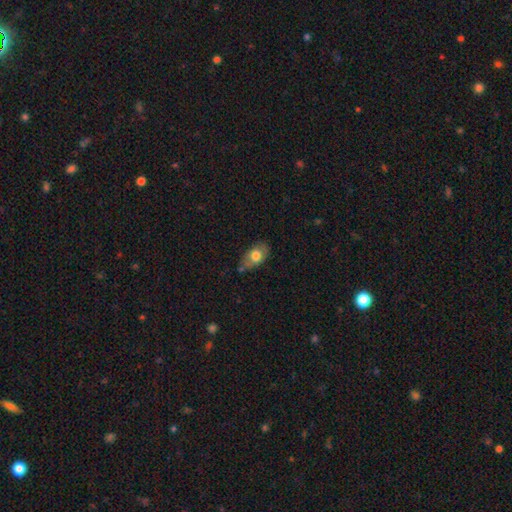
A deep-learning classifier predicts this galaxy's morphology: Q: Smooth or featured?
A: smooth (72%); runner-up: featured or disk (21%)
Q: How rounded?
A: in between (86%); runner-up: round (12%)
Q: Merging?
A: none (60%); runner-up: minor disturbance (27%)